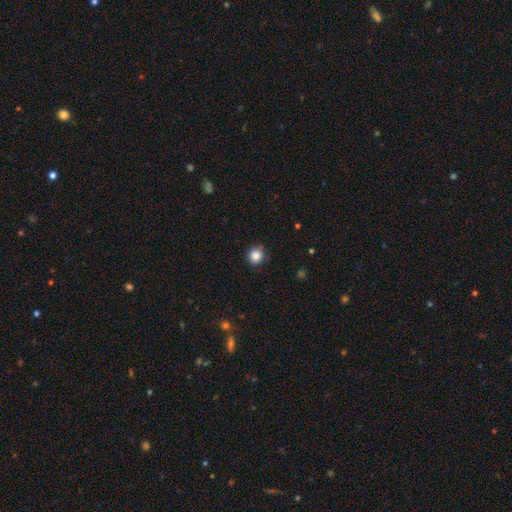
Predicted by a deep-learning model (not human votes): This appears to be a smooth galaxy with no disk features (85%) that is round (91%). Merging: none (84%).